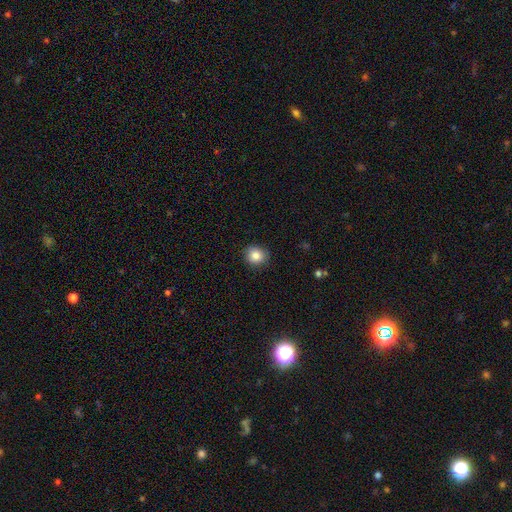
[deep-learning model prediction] Smooth or featured?
  - smooth: 85% *
  - star or artifact: 10%
  - featured or disk: 5%
How rounded?
  - round: 84% *
  - in between: 15%
  - cigar-shaped: 1%
Merging?
  - none: 89% *
  - minor disturbance: 8%
  - major disturbance: 2%
  - merger: 1%